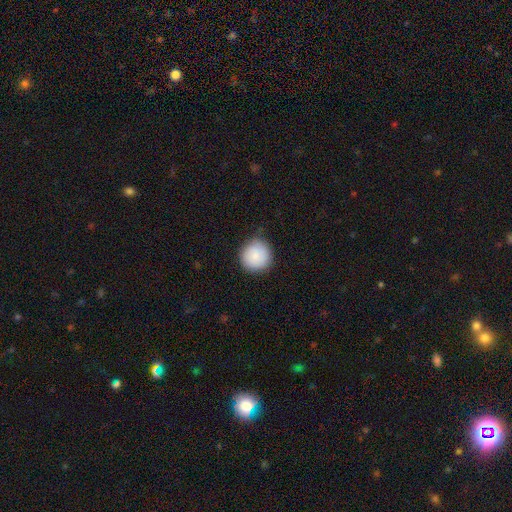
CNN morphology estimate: Smooth or featured?
  - smooth: 88% *
  - star or artifact: 7%
  - featured or disk: 5%
How rounded?
  - round: 93% *
  - in between: 6%
  - cigar-shaped: 1%
Merging?
  - none: 85% *
  - minor disturbance: 12%
  - major disturbance: 2%
  - merger: 1%